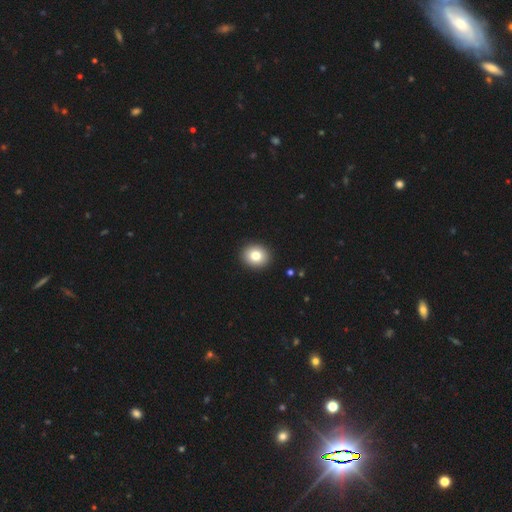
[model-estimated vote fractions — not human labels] Smooth or featured? smooth (81%)
How rounded? round (73%)
Merging? none (93%)